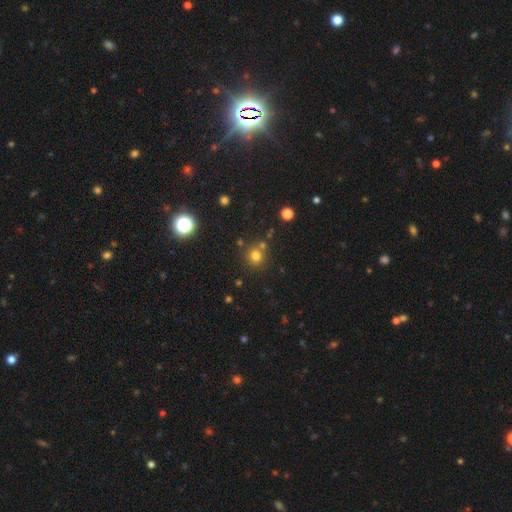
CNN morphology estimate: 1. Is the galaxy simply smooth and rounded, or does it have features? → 73% smooth, 19% star or artifact, 8% featured or disk.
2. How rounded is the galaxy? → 89% round, 10% in between, 1% cigar-shaped.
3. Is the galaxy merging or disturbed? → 71% none, 17% merger, 9% minor disturbance, 3% major disturbance.